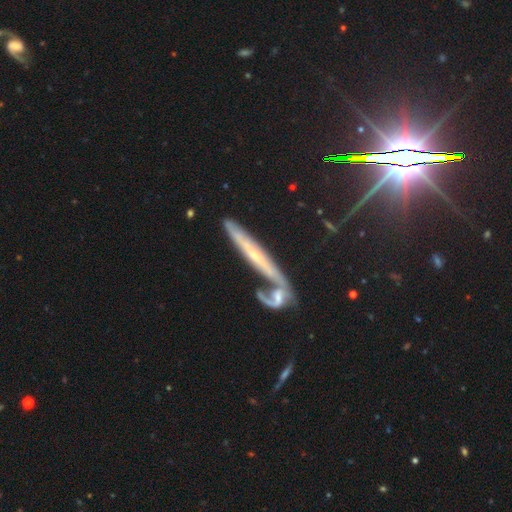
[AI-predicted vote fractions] Smooth or featured?
  - featured or disk: 59% *
  - smooth: 26%
  - star or artifact: 15%
Edge-on disk?
  - yes: 82% *
  - no: 18%
Merging?
  - none: 51% *
  - merger: 30%
  - minor disturbance: 13%
  - major disturbance: 6%